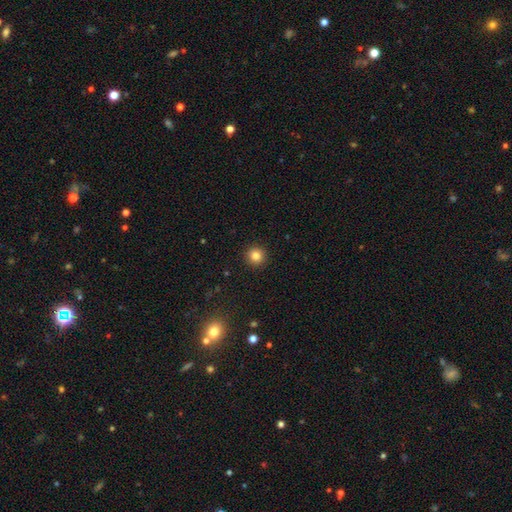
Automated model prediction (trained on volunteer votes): Smooth or featured?
  - smooth: 84% *
  - star or artifact: 11%
  - featured or disk: 5%
How rounded?
  - round: 94% *
  - in between: 5%
  - cigar-shaped: 1%
Merging?
  - none: 93% *
  - minor disturbance: 5%
  - major disturbance: 2%
  - merger: 1%